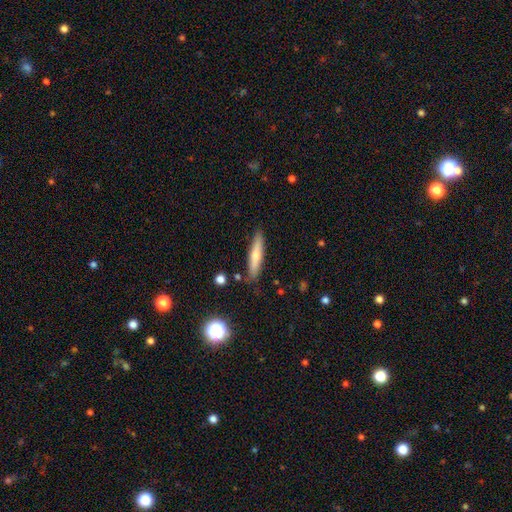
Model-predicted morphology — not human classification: Q: Smooth or featured?
A: smooth (58%); runner-up: featured or disk (36%)
Q: How rounded?
A: cigar-shaped (89%); runner-up: in between (10%)
Q: Merging?
A: none (85%); runner-up: minor disturbance (11%)